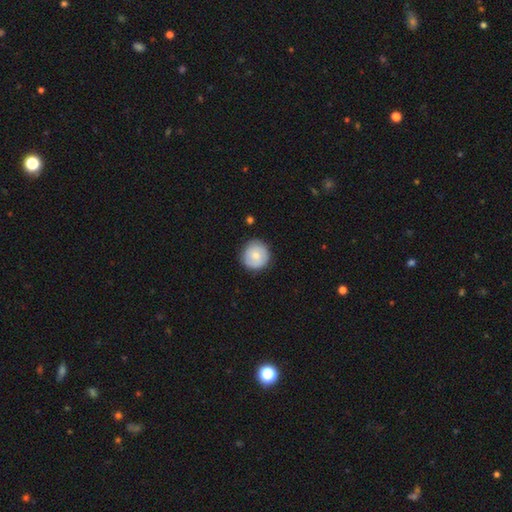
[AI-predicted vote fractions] smooth 69%, featured or disk 24%, star or artifact 6%. Down the decision tree: how rounded — round (93%); merging — none (84%).